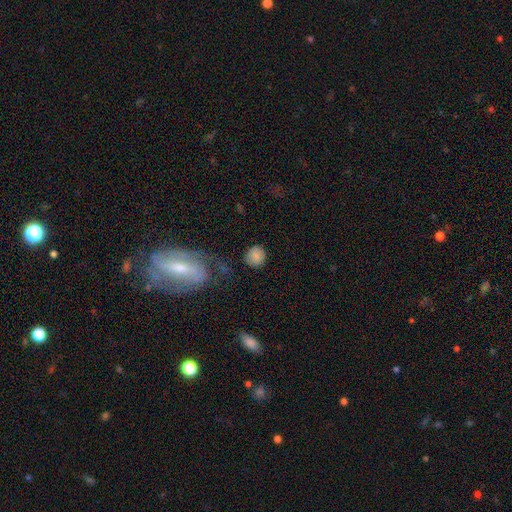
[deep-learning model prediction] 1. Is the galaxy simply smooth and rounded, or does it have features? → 83% smooth, 9% star or artifact, 7% featured or disk.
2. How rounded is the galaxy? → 89% round, 9% in between, 1% cigar-shaped.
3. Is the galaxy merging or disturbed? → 80% none, 11% minor disturbance, 5% major disturbance, 4% merger.